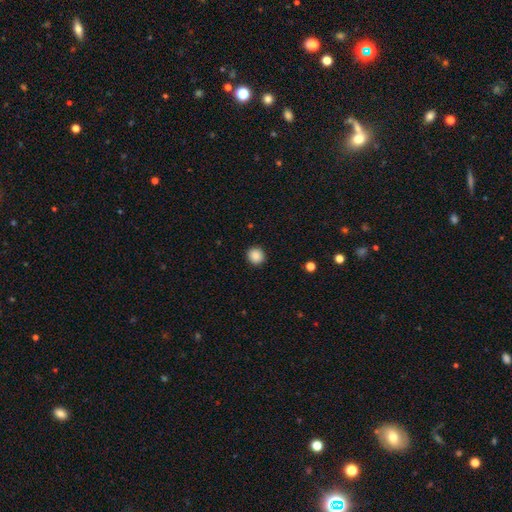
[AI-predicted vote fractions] Q: Smooth or featured?
A: smooth (88%); runner-up: star or artifact (9%)
Q: How rounded?
A: round (91%); runner-up: in between (8%)
Q: Merging?
A: none (92%); runner-up: minor disturbance (5%)